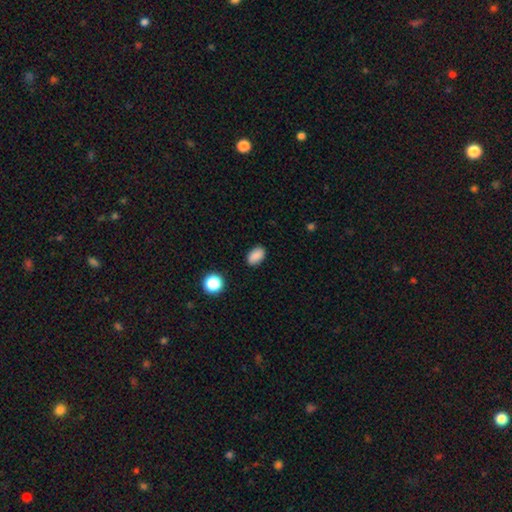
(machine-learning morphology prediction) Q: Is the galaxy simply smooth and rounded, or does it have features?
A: smooth — 87%.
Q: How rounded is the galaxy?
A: in between — 86%.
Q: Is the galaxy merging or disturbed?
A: none — 86%.